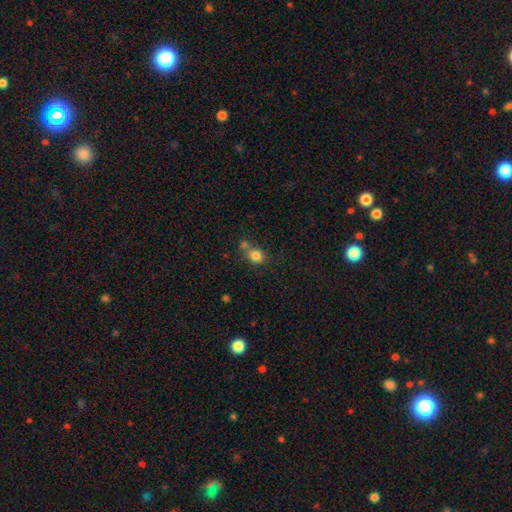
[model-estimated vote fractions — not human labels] Morphology: type=smooth (82%); roundness=round (71%); merging=none (56%).